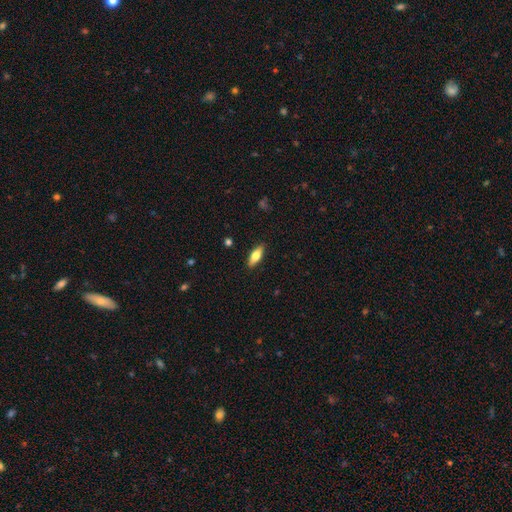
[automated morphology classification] Overall: smooth (67%; featured or disk 27%). How rounded: in between (70%). Merging: none (88%).